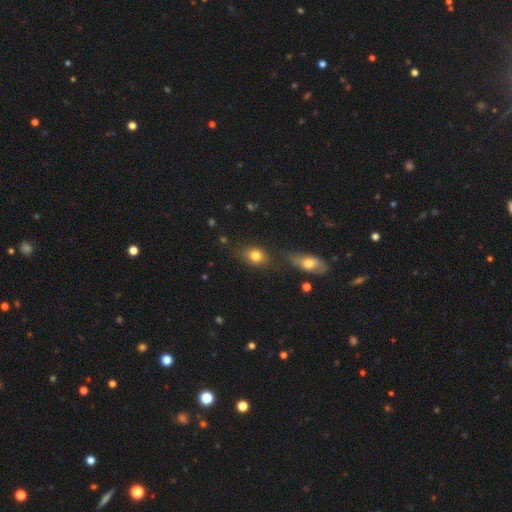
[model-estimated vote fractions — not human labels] A smooth galaxy with no disk features (78%) that is in between round and cigar-shaped (61%). Merging: none (67%).